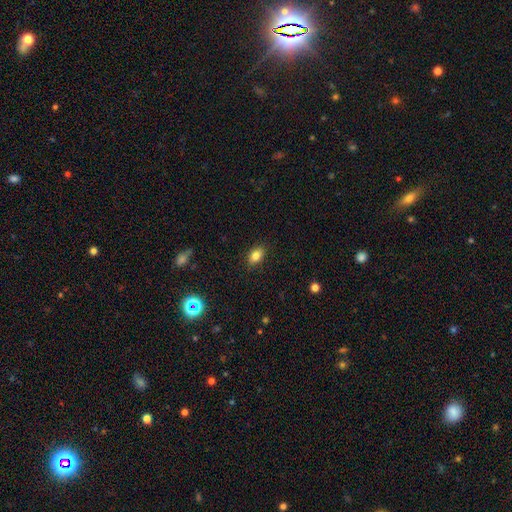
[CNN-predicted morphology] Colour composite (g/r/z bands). It shows a smooth galaxy with no disk features (83%) that is in between round and cigar-shaped (85%). Merging: none (87%).